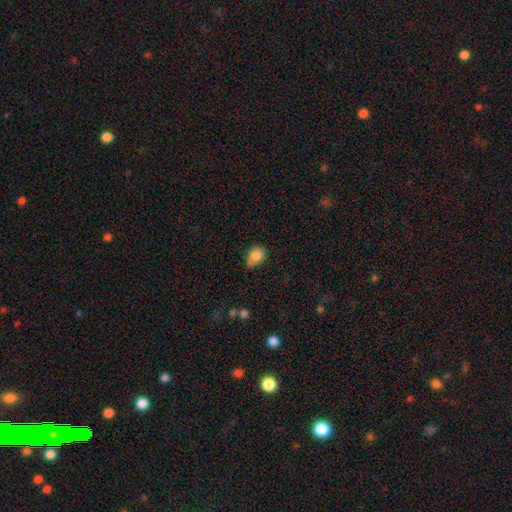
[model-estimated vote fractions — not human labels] A smooth galaxy with no disk features (83%) that is round (52%). Merging: none (54%).